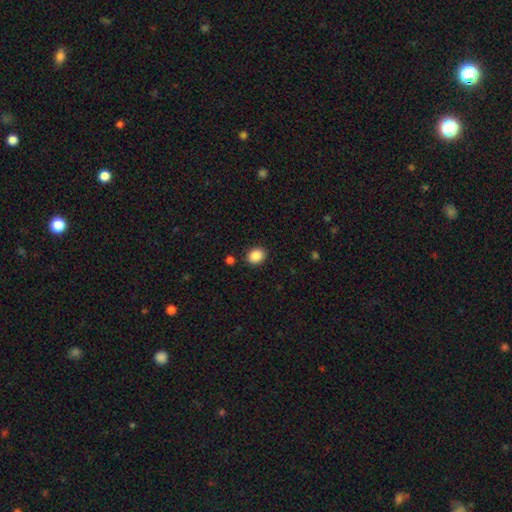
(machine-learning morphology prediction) The model was most divided on "how rounded": in between: 52%, round: 47%, cigar-shaped: 1%. More confident: smooth or featured — smooth (88%); merging — none (87%).